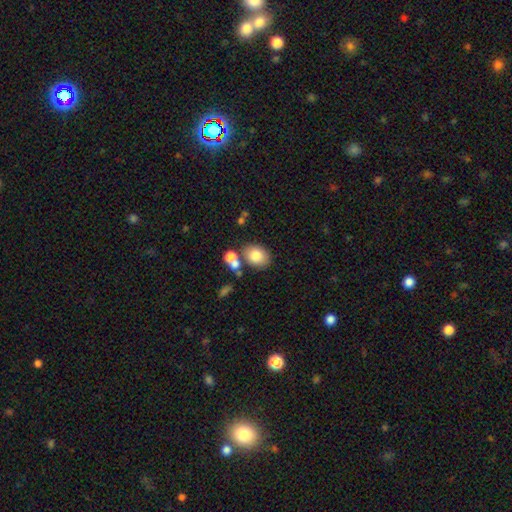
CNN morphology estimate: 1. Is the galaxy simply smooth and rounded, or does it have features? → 77% smooth, 13% featured or disk, 9% star or artifact.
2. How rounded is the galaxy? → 60% in between, 39% round, 1% cigar-shaped.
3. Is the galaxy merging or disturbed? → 67% none, 17% merger, 12% minor disturbance, 4% major disturbance.